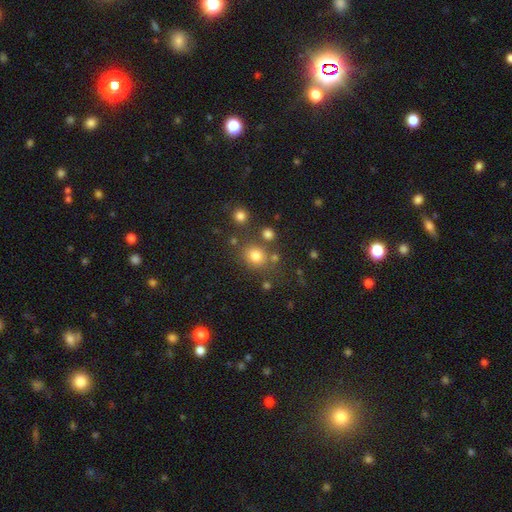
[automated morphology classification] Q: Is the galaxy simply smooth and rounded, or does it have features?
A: smooth — 77%.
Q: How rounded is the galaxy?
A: round — 76%.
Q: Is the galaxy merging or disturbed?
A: none — 73%.